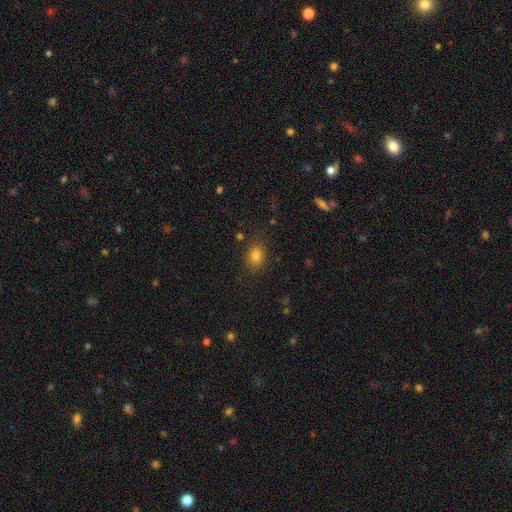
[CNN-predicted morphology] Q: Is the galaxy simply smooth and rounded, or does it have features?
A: smooth — 80%.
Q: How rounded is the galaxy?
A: in between — 56%.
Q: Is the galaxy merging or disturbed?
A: none — 82%.